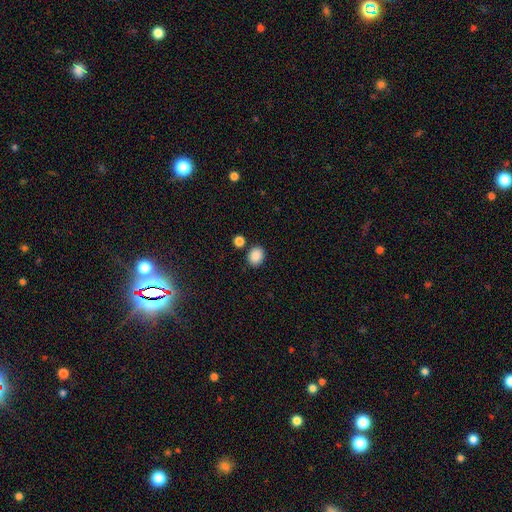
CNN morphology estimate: Smooth or featured? Predicted: smooth (p=0.88). How rounded? Predicted: round (p=0.51). Merging? Predicted: none (p=0.81).